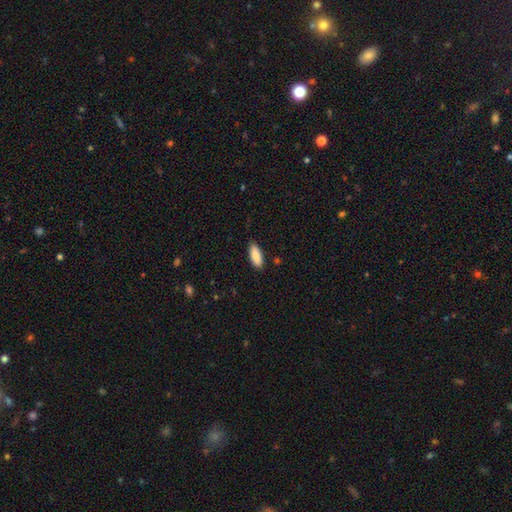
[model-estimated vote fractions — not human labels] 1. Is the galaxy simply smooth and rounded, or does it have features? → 87% smooth, 7% featured or disk, 6% star or artifact.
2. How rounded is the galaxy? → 78% in between, 20% cigar-shaped, 2% round.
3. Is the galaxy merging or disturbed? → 87% none, 10% minor disturbance, 2% major disturbance, 1% merger.